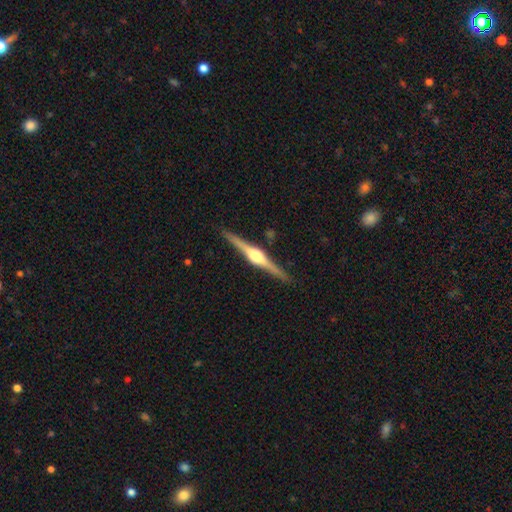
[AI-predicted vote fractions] Q: Smooth or featured?
A: featured or disk (85%); runner-up: smooth (10%)
Q: Edge-on disk?
A: yes (99%); runner-up: no (1%)
Q: Edge-on bulge?
A: rounded (93%); runner-up: boxy (5%)
Q: Merging?
A: none (91%); runner-up: minor disturbance (7%)